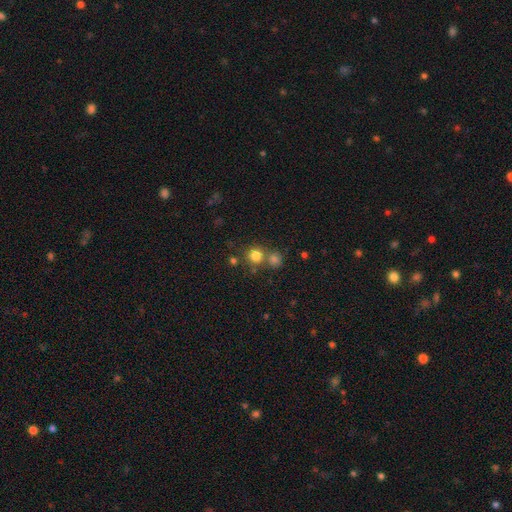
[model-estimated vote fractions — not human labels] Morphology: type=smooth (79%); roundness=round (91%); merging=none (66%).